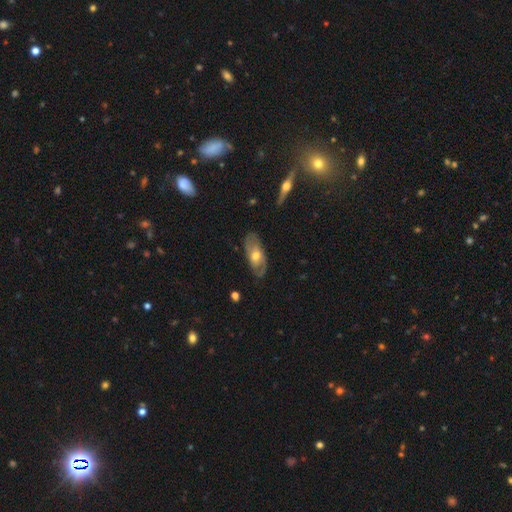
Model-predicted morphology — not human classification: type=featured or disk (61%); edge-on=no (82%); merging=none (78%).